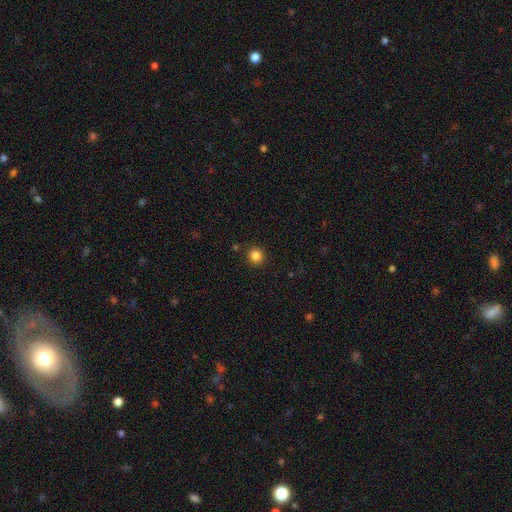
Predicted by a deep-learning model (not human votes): Q: Smooth or featured?
A: smooth (84%); runner-up: star or artifact (12%)
Q: How rounded?
A: round (94%); runner-up: in between (5%)
Q: Merging?
A: none (91%); runner-up: minor disturbance (5%)